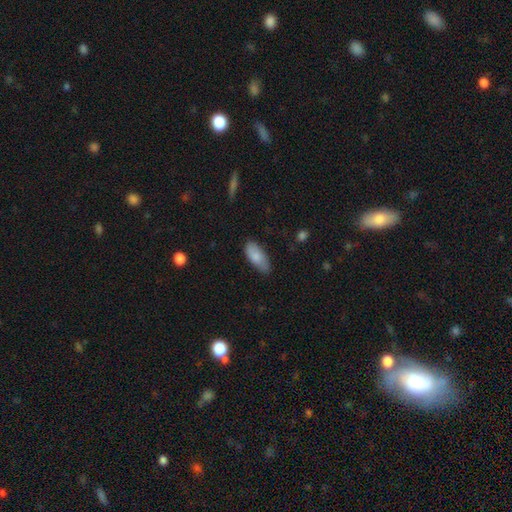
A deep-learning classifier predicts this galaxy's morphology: Smooth or featured?
  - smooth: 83% *
  - featured or disk: 11%
  - star or artifact: 6%
How rounded?
  - in between: 85% *
  - cigar-shaped: 14%
  - round: 2%
Merging?
  - none: 74% *
  - minor disturbance: 21%
  - major disturbance: 3%
  - merger: 1%